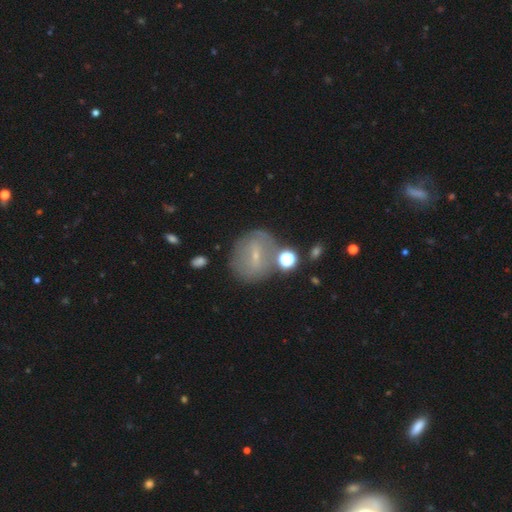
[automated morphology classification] This is possibly a featured or disk galaxy (51%). It is clearly not viewed edge-on (93%). Merging: likely none (65%).